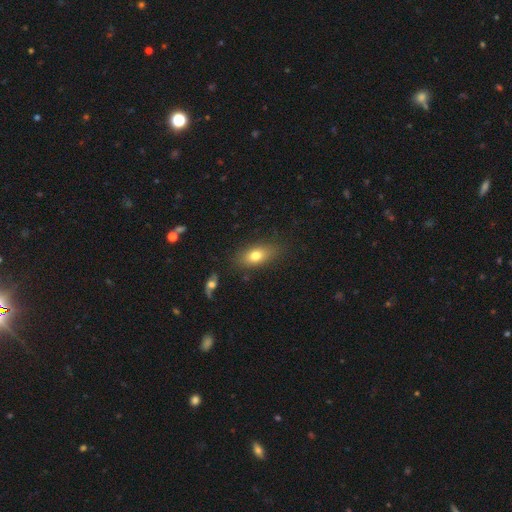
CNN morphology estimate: A smooth galaxy with no disk features (75%) that is in between round and cigar-shaped (81%). Merging: none (80%).